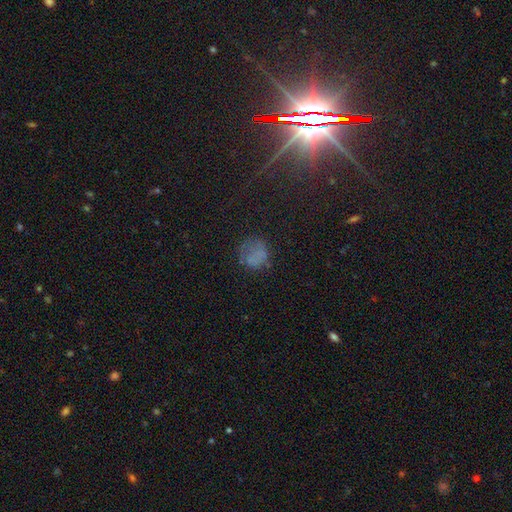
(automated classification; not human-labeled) Smooth or featured: smooth — 60% (star or artifact — 25%)
How rounded: round — 82% (in between — 16%)
Merging: none — 65% (minor disturbance — 20%)